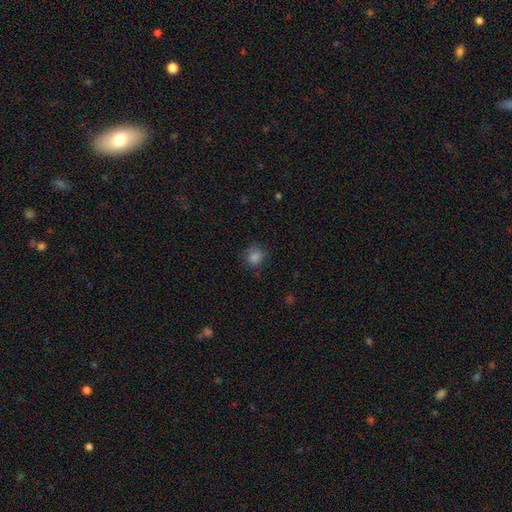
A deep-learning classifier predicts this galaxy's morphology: Q: Smooth or featured?
A: smooth (80%); runner-up: star or artifact (15%)
Q: How rounded?
A: round (84%); runner-up: in between (15%)
Q: Merging?
A: none (79%); runner-up: minor disturbance (15%)